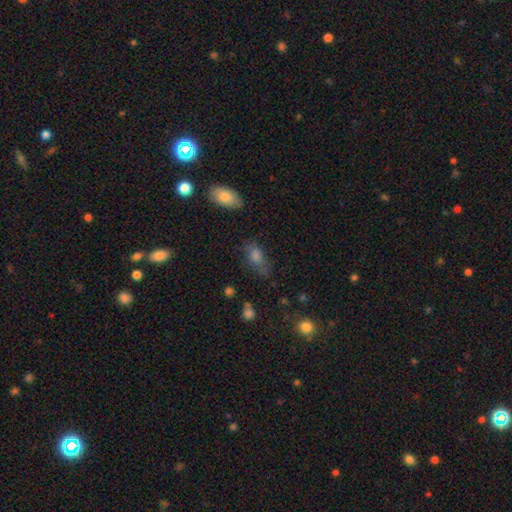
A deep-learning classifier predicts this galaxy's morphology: A smooth galaxy with no disk features (71%) that is in between round and cigar-shaped (81%).

Vote fractions:
- Smooth or featured? smooth: 71% / featured or disk: 16% / star or artifact: 14%
- How rounded? in between: 81% / round: 11% / cigar-shaped: 8%
- Merging? none: 56% / minor disturbance: 26% / major disturbance: 12% / merger: 5%